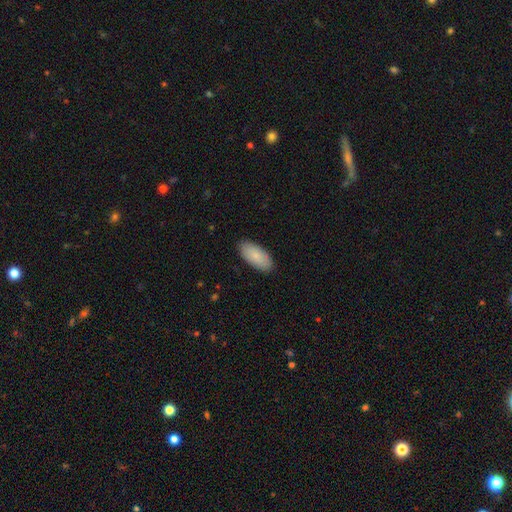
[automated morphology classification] smooth 85%, featured or disk 9%, star or artifact 5%. Down the decision tree: how rounded — in between (93%); merging — none (88%).